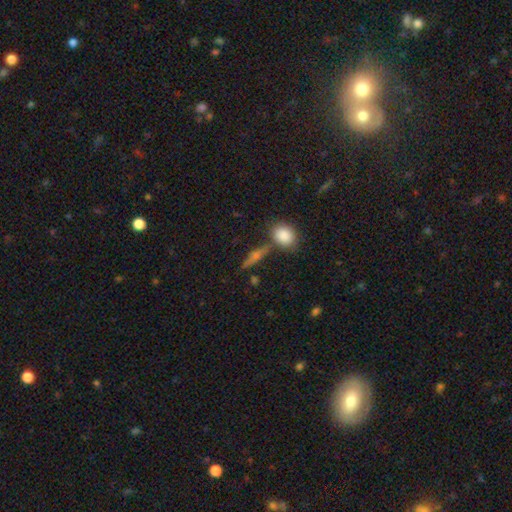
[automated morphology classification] Smooth or featured? featured or disk (47%)
Merging? none (74%)